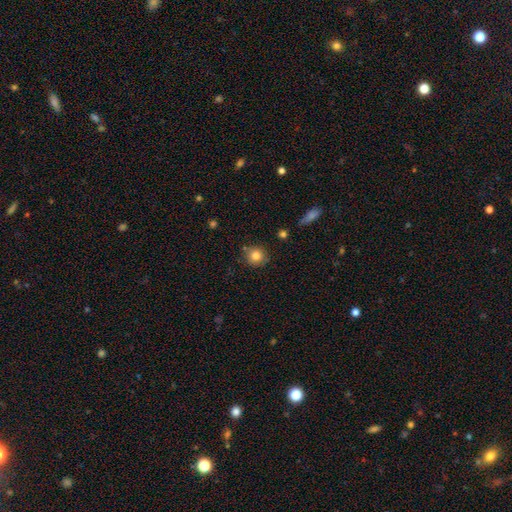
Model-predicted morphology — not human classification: Smooth or featured?
  - smooth: 82% *
  - star or artifact: 11%
  - featured or disk: 7%
How rounded?
  - round: 91% *
  - in between: 8%
  - cigar-shaped: 1%
Merging?
  - none: 82% *
  - minor disturbance: 11%
  - merger: 4%
  - major disturbance: 3%